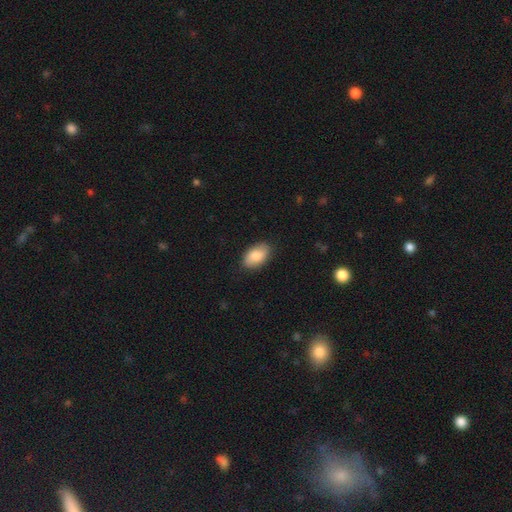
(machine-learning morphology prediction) A smooth galaxy with no disk features (82%) that is in between round and cigar-shaped (93%).

Vote fractions:
- Smooth or featured? smooth: 82% / featured or disk: 12% / star or artifact: 6%
- How rounded? in between: 93% / round: 5% / cigar-shaped: 2%
- Merging? none: 84% / minor disturbance: 13% / major disturbance: 2% / merger: 1%